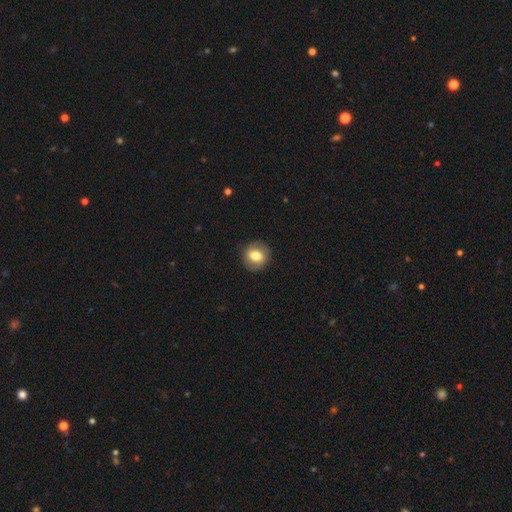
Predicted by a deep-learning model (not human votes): This is likely a smooth galaxy (74%). How rounded: likely round (79%). Merging: clearly none (88%).